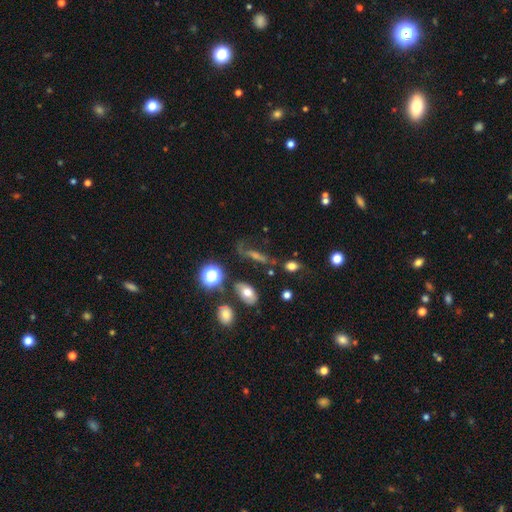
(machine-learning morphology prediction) type=featured or disk (39%); merging=none (58%).